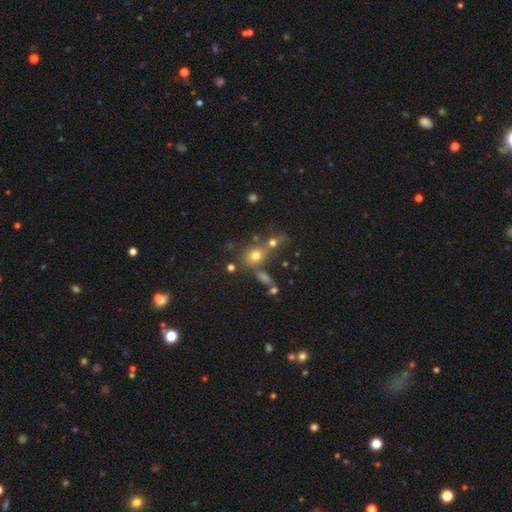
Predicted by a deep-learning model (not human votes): Smooth or featured? Predicted: smooth (p=0.68). How rounded? Predicted: round (p=0.57). Merging? Predicted: none (p=0.47).